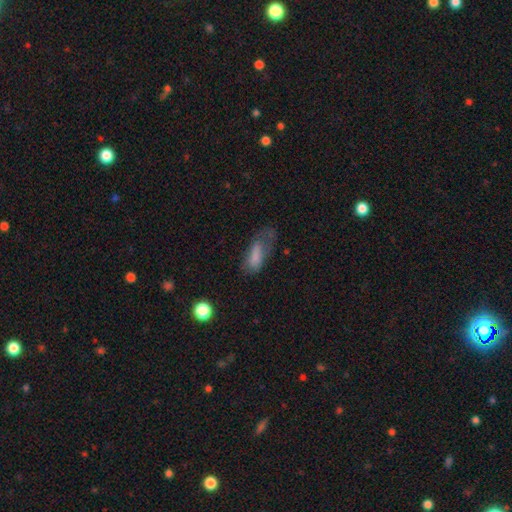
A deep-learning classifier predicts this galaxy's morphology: smooth-or-featured: smooth: 70% | featured or disk: 19% | star or artifact: 11%
  how-rounded: in between: 73% | cigar-shaped: 23% | round: 3%
  merging: major disturbance: 40% | none: 28% | minor disturbance: 28% | merger: 4%